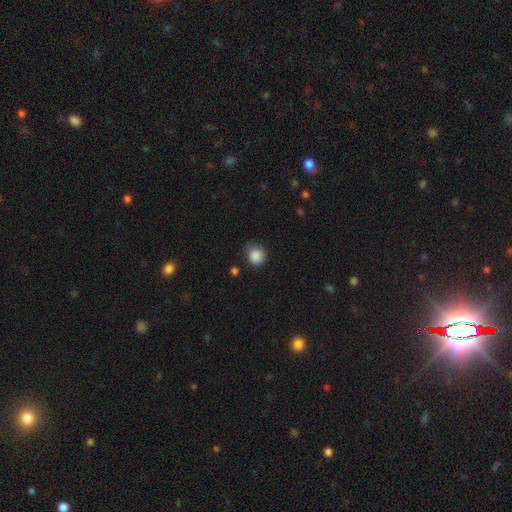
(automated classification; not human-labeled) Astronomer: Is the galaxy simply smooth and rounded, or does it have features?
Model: smooth — 87%.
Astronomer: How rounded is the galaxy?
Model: round — 85%.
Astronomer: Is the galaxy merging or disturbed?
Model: none — 71%.